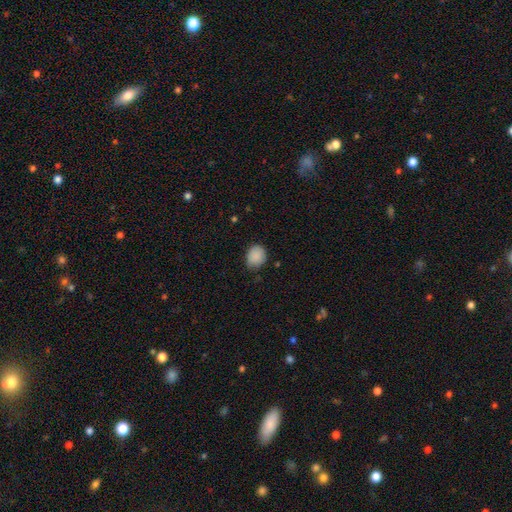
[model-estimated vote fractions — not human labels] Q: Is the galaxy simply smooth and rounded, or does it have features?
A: smooth — 88%.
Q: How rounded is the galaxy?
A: round — 62%.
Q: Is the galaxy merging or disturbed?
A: none — 72%.